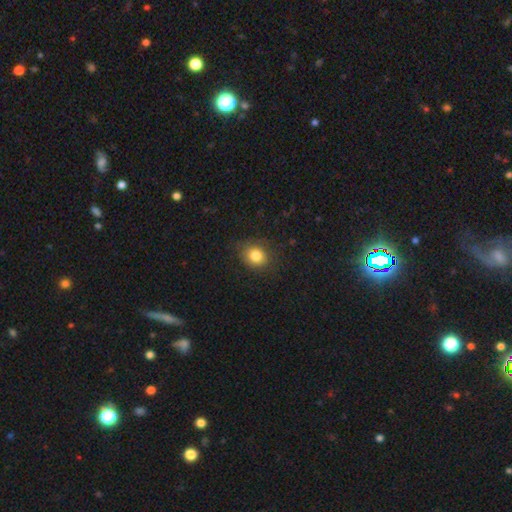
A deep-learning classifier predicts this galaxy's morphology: Overall: smooth (82%). How rounded: round (70%). Merging: none (81%).